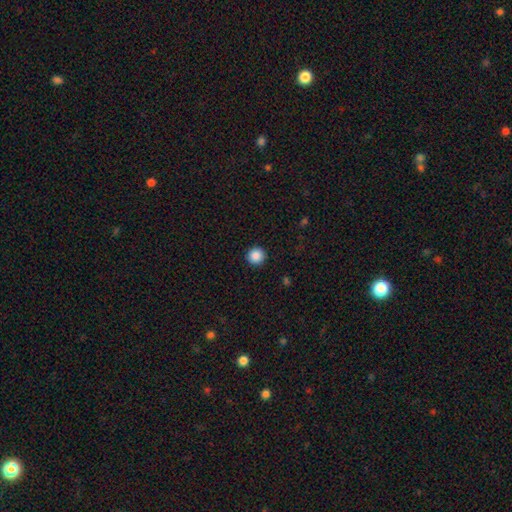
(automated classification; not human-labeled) Morphology: type=smooth (88%); roundness=round (96%); merging=none (93%).